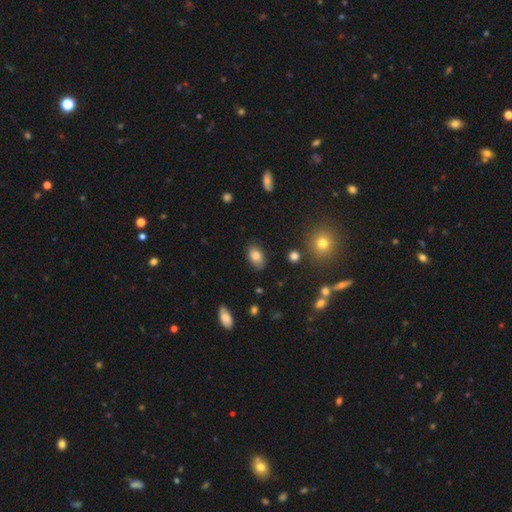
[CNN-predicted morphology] This is clearly a smooth galaxy (82%). How rounded: clearly in between (89%). Merging: clearly none (82%).